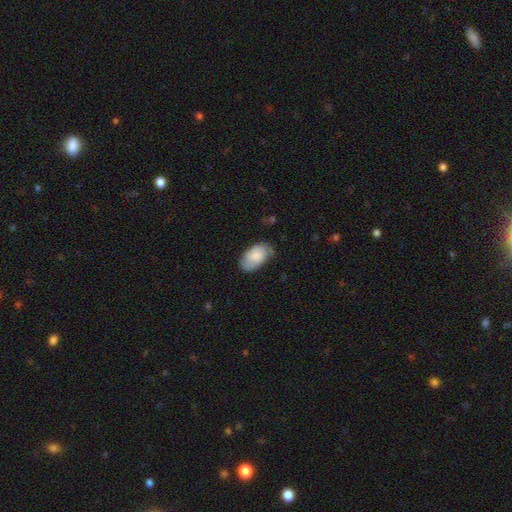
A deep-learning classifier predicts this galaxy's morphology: smooth_or_featured: smooth (p=0.74) [alt: featured or disk p=0.20]
how_rounded: in between (p=0.94) [alt: round p=0.04]
merging: none (p=0.67) [alt: minor disturbance p=0.26]